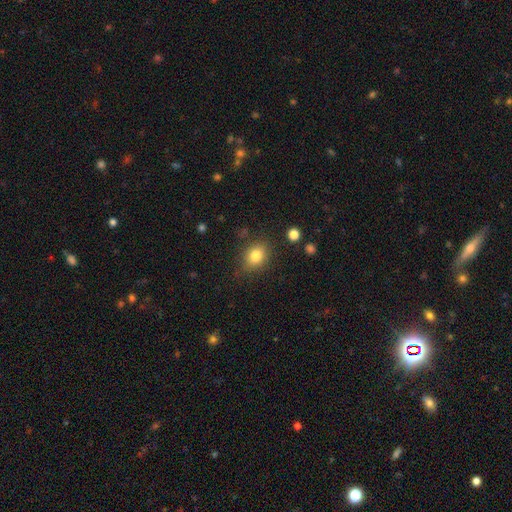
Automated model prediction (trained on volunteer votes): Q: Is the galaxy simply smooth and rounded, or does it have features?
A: smooth — 81%.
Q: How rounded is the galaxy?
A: in between — 52%.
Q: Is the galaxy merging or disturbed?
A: none — 81%.